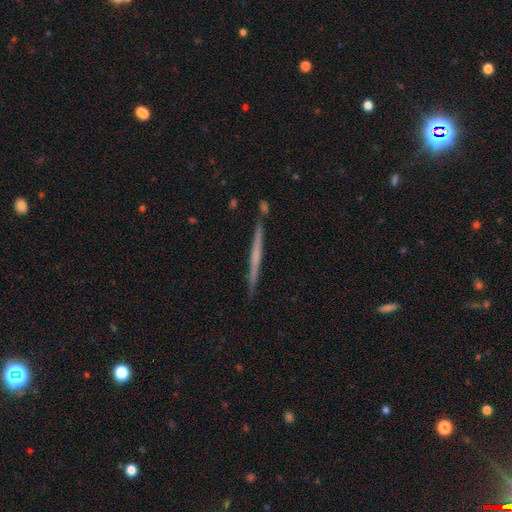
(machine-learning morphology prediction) Q: Smooth or featured?
A: featured or disk (56%); runner-up: smooth (38%)
Q: Edge-on disk?
A: yes (97%); runner-up: no (3%)
Q: Edge-on bulge?
A: none (83%); runner-up: rounded (12%)
Q: Merging?
A: none (89%); runner-up: minor disturbance (7%)